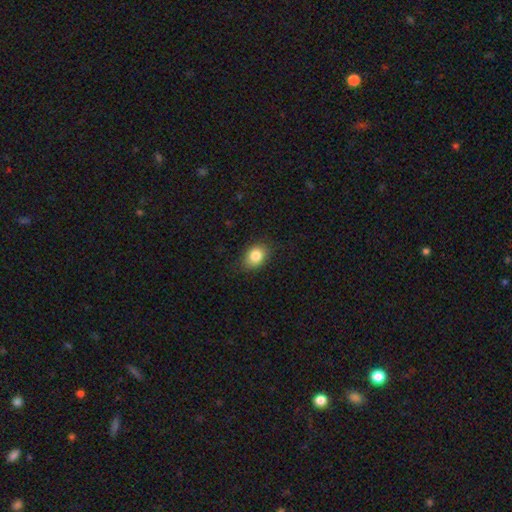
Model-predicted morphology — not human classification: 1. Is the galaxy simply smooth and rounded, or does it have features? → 83% smooth, 9% star or artifact, 8% featured or disk.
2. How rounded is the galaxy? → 65% in between, 34% round, 1% cigar-shaped.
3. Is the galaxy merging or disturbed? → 83% none, 13% minor disturbance, 3% major disturbance, 1% merger.